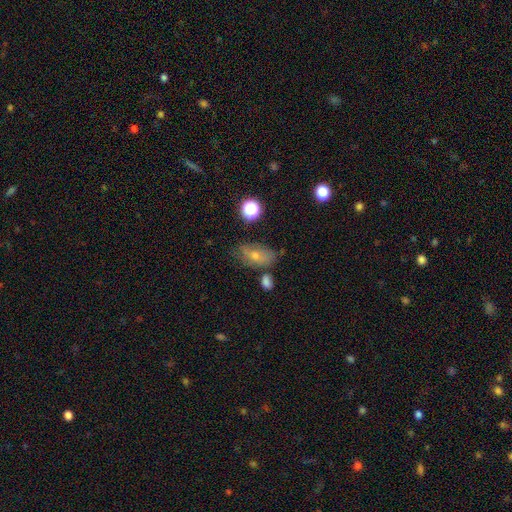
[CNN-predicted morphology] Overall: smooth (48%; featured or disk 33%). Merging: none (64%).